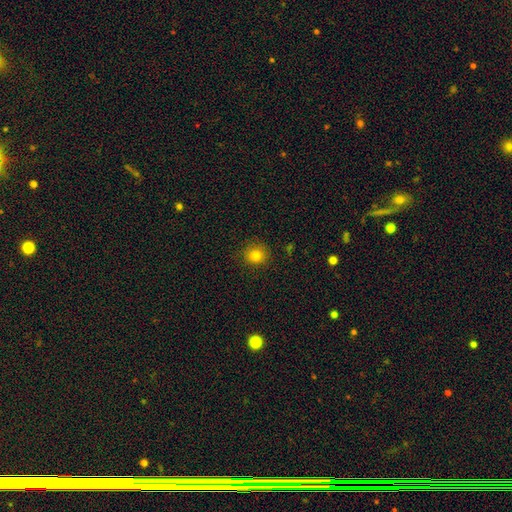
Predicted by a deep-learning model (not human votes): smooth 80%, star or artifact 13%, featured or disk 6%. Down the decision tree: how rounded — round (89%); merging — none (88%).